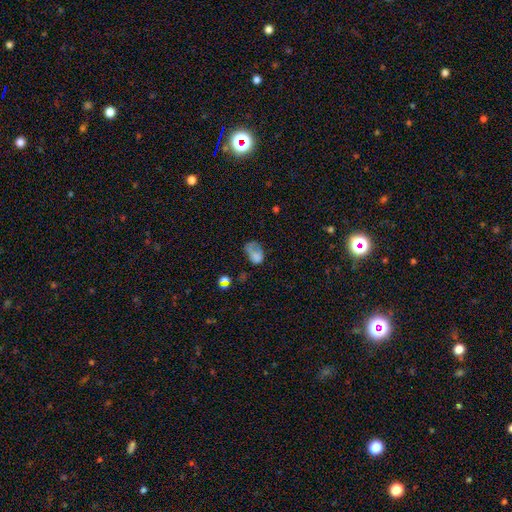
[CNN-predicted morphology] type=smooth (67%); roundness=in between (78%); merging=major disturbance (37%).